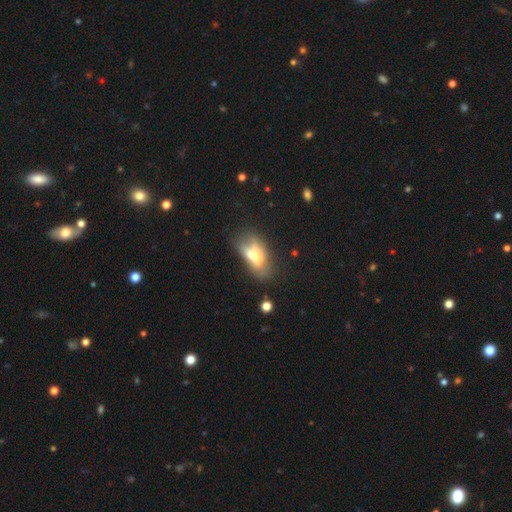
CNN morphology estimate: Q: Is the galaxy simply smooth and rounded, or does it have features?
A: smooth — 57%.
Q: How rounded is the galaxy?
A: in between — 85%.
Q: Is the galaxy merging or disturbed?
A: none — 34%.